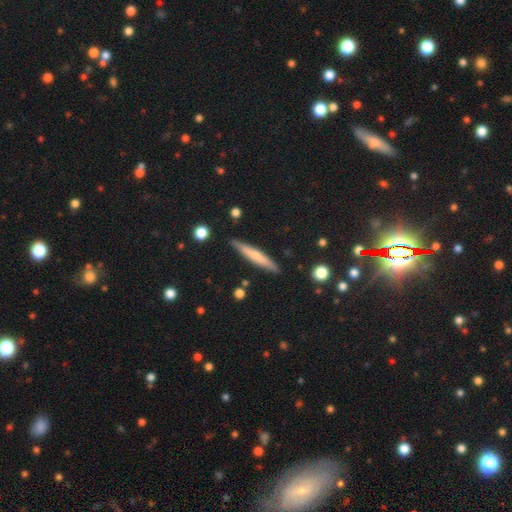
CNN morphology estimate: Q: Smooth or featured?
A: smooth (56%); runner-up: featured or disk (38%)
Q: How rounded?
A: cigar-shaped (93%); runner-up: in between (5%)
Q: Merging?
A: none (88%); runner-up: minor disturbance (8%)